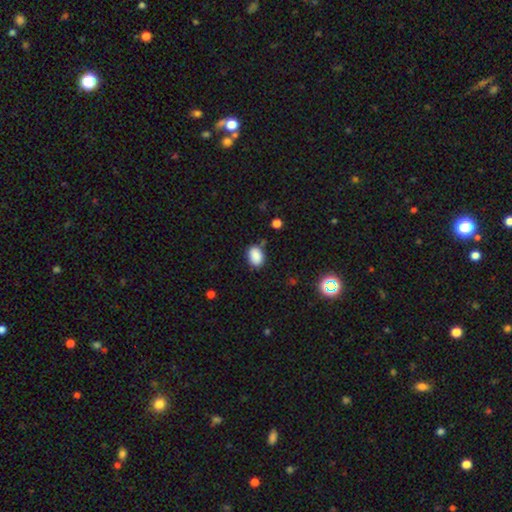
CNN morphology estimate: Overall: smooth (87%). How rounded: in between (78%). Merging: none (74%).